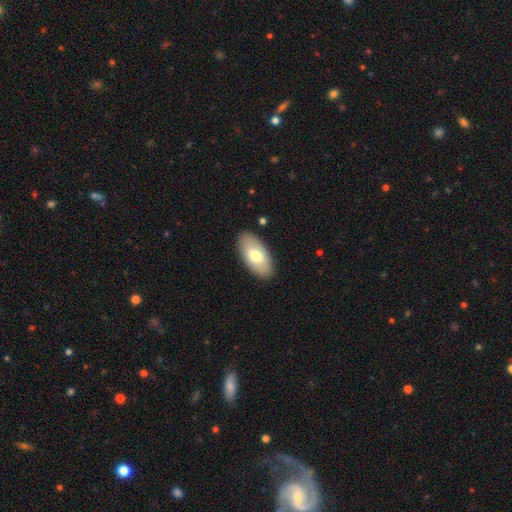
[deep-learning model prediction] Smooth or featured? Predicted: smooth (p=0.71). How rounded? Predicted: in between (p=0.94). Merging? Predicted: none (p=0.88).